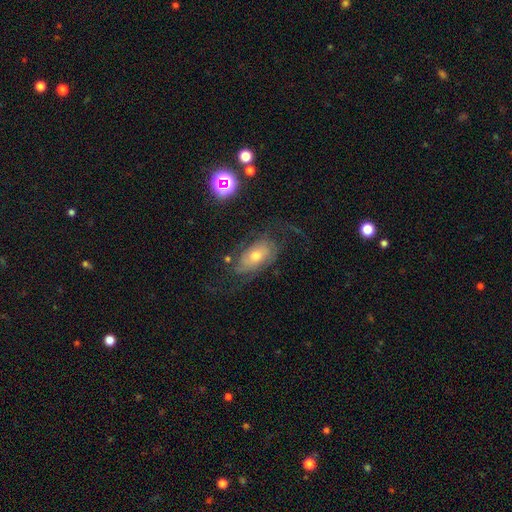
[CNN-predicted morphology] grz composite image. It shows a featured or disk galaxy (68%) with no bar (74%), medium (39%) spiral arms (84%) and a moderate central bulge (59%). Merging: none (57%).